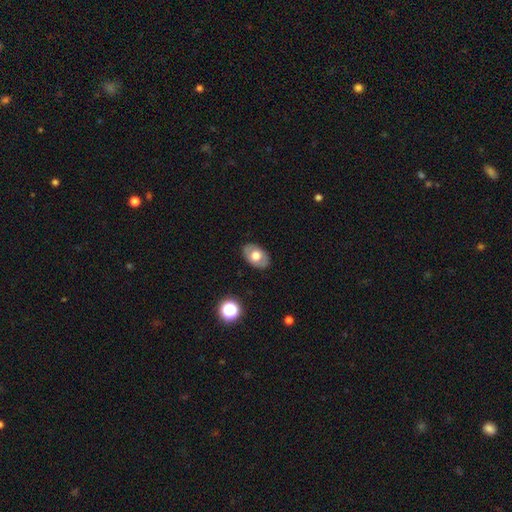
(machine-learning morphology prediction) Smooth or featured: smooth — 60% (featured or disk — 33%)
How rounded: in between — 84% (round — 14%)
Merging: none — 85% (minor disturbance — 11%)